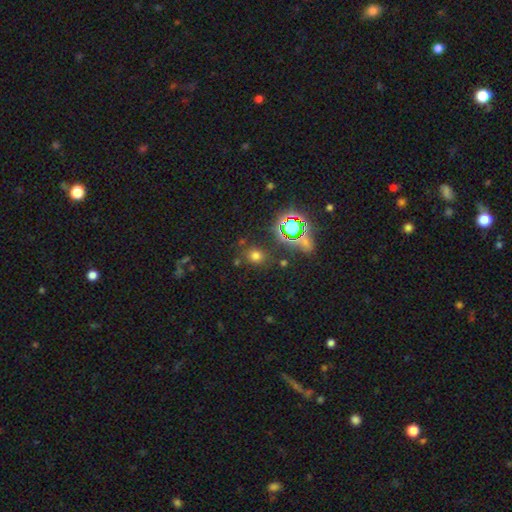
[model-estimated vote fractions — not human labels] Q: Smooth or featured?
A: smooth (62%); runner-up: star or artifact (31%)
Q: How rounded?
A: round (75%); runner-up: in between (23%)
Q: Merging?
A: none (79%); runner-up: minor disturbance (11%)